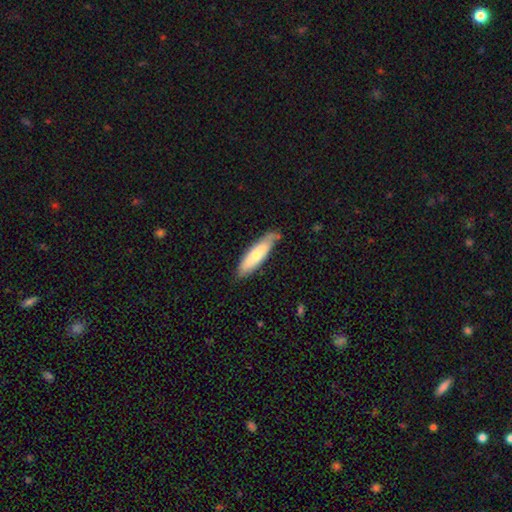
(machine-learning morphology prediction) Smooth or featured? smooth (69%)
How rounded? cigar-shaped (69%)
Merging? none (74%)